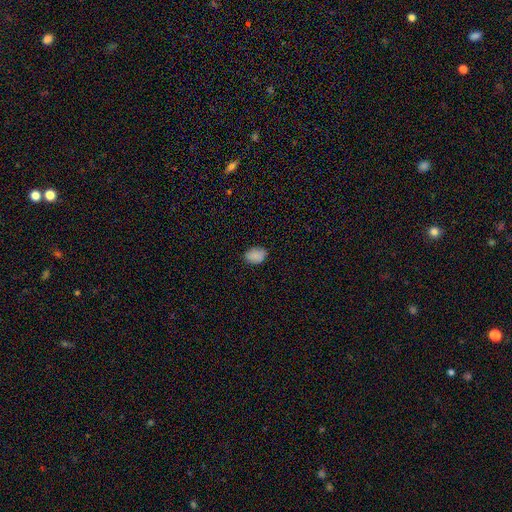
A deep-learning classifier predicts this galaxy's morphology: Smooth or featured: smooth — 86% (star or artifact — 9%)
How rounded: in between — 79% (round — 20%)
Merging: none — 82% (minor disturbance — 14%)